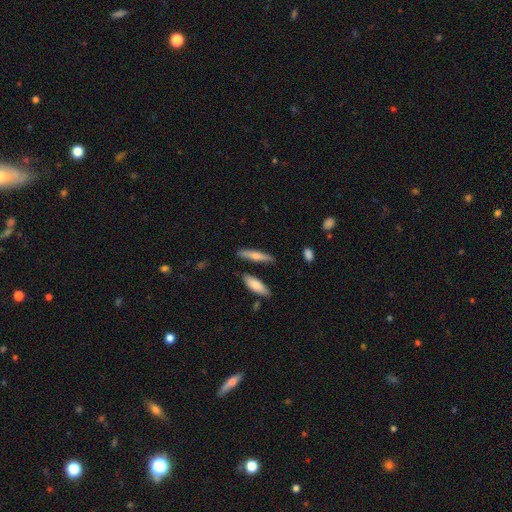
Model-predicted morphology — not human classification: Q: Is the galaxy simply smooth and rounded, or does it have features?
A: smooth — 59%.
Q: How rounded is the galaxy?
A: cigar-shaped — 80%.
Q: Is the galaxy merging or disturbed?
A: none — 82%.